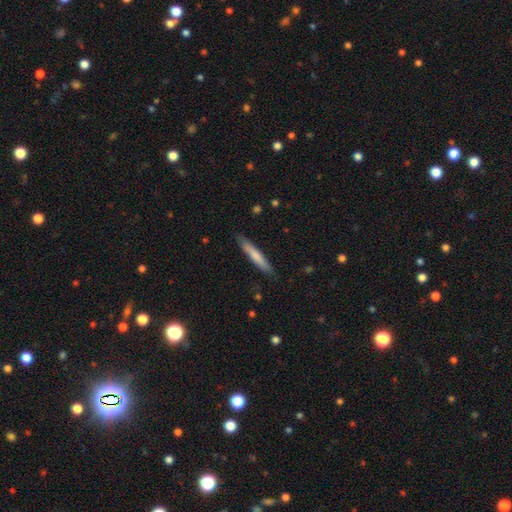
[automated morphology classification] A smooth galaxy with no disk features (70%) that is cigar-shaped (93%). Merging: none (87%).